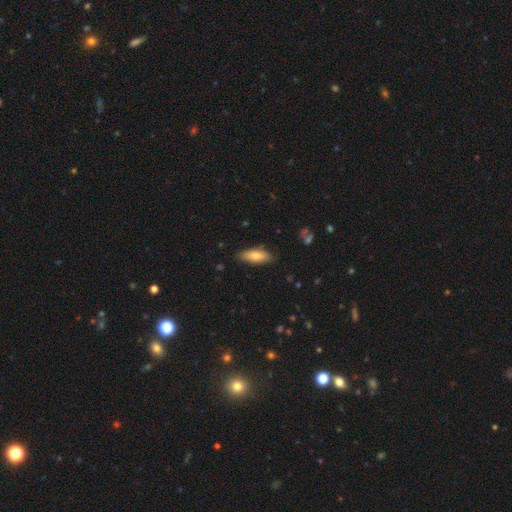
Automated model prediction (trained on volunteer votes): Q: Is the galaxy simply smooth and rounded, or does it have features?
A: smooth — 72%.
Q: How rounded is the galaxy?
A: in between — 68%.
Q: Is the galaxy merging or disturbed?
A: none — 83%.